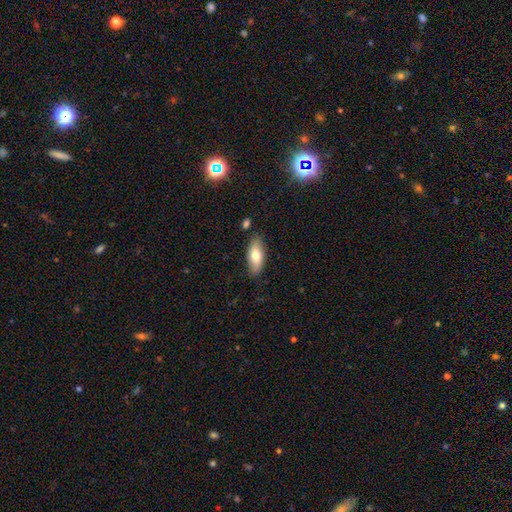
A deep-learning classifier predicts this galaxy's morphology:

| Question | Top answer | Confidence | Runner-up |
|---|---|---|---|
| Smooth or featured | smooth | 74% | featured or disk (20%) |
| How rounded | in between | 82% | cigar-shaped (16%) |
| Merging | none | 83% | minor disturbance (12%) |